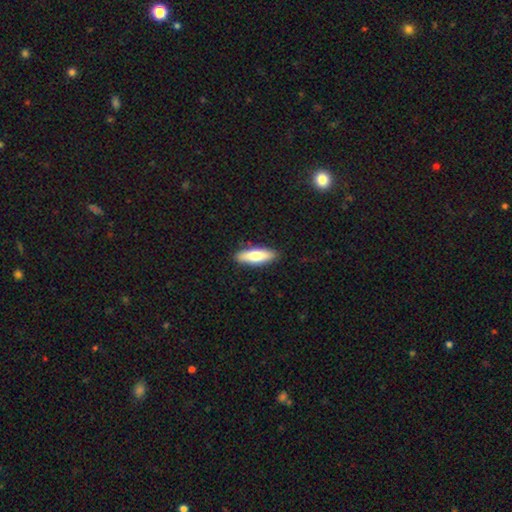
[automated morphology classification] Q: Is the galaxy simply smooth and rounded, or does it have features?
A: smooth — 73%.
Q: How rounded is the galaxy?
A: in between — 50%.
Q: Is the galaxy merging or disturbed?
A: none — 89%.